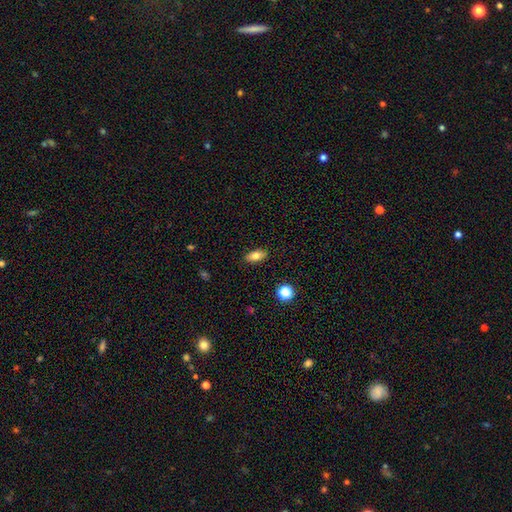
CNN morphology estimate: The model was most divided on "smooth or featured": smooth: 75%, featured or disk: 16%, star or artifact: 9%. More confident: merging — none (88%); how rounded — in between (83%).